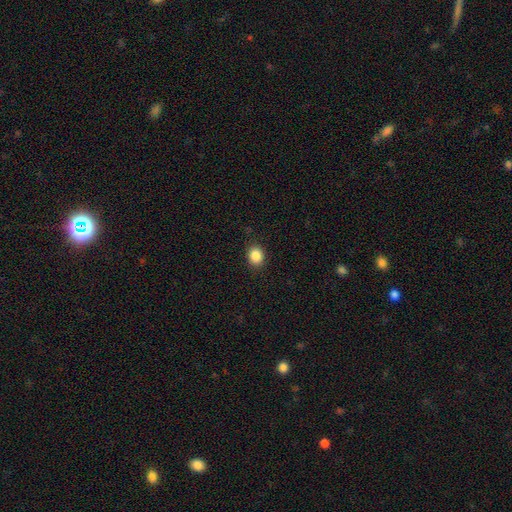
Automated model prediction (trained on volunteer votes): Overall: smooth (86%). How rounded: round (59%; in between 40%). Merging: none (89%).